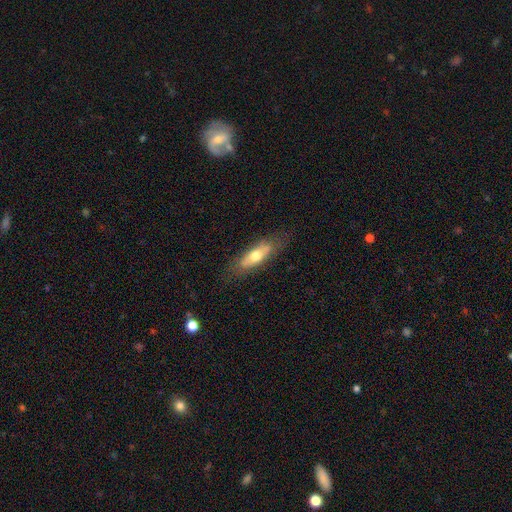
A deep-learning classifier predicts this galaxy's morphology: Smooth or featured?
  - smooth: 55% *
  - featured or disk: 39%
  - star or artifact: 6%
How rounded?
  - in between: 55% *
  - cigar-shaped: 43%
  - round: 3%
Merging?
  - none: 73% *
  - minor disturbance: 19%
  - major disturbance: 7%
  - merger: 2%